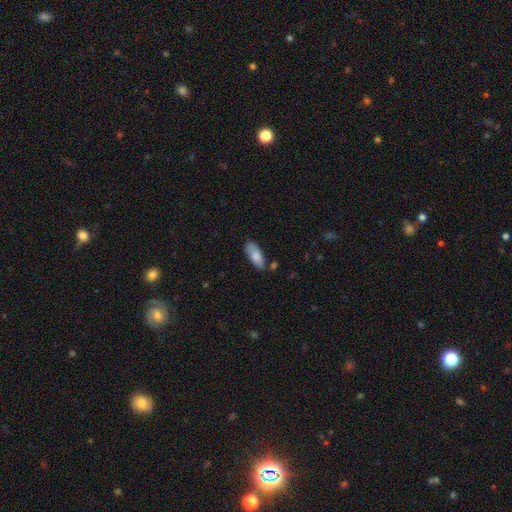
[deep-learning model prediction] smooth 84%, featured or disk 10%, star or artifact 6%. Down the decision tree: how rounded — in between (82%); merging — none (70%).